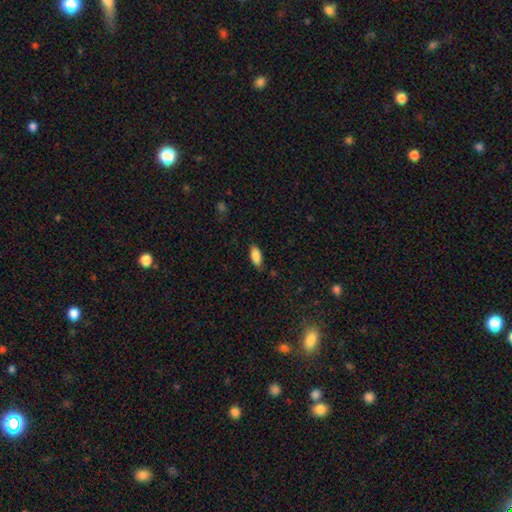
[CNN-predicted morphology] smooth 86%, star or artifact 7%, featured or disk 7%. Down the decision tree: how rounded — in between (87%); merging — none (77%).